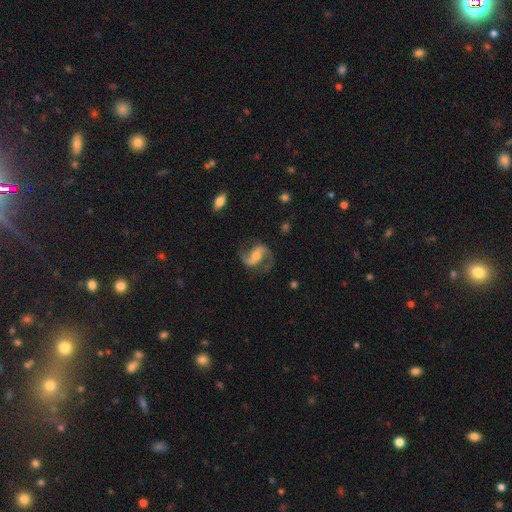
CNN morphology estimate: smooth_or_featured: featured or disk (p=0.88) [alt: smooth p=0.07]
disk_edge_on: no (p=0.97) [alt: yes p=0.03]
bar: strong (p=0.40) [alt: weak p=0.37]
has_spiral_arms: yes (p=0.97) [alt: no p=0.03]
spiral_winding: medium (p=0.50) [alt: loose p=0.38]
spiral_arm_count: 2 (p=0.93) [alt: can't tell p=0.02]
bulge_size: small (p=0.45) [alt: moderate p=0.41]
merging: none (p=0.76) [alt: minor disturbance p=0.14]